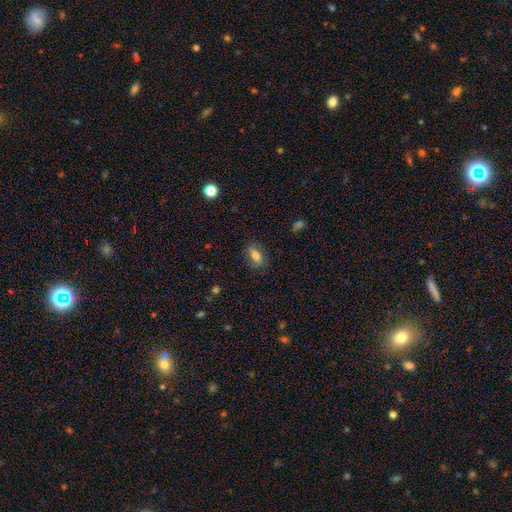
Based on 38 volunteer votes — A smooth galaxy with no disk features (68%) that is in between round and cigar-shaped (96%).

Vote fractions:
- Smooth or featured? smooth: 68% / featured or disk: 24% / star or artifact: 8%
- How rounded? in between: 96% / cigar-shaped: 4% / round: 0%
- Merging? none: 86% / minor disturbance: 9% / major disturbance: 3% / merger: 3%